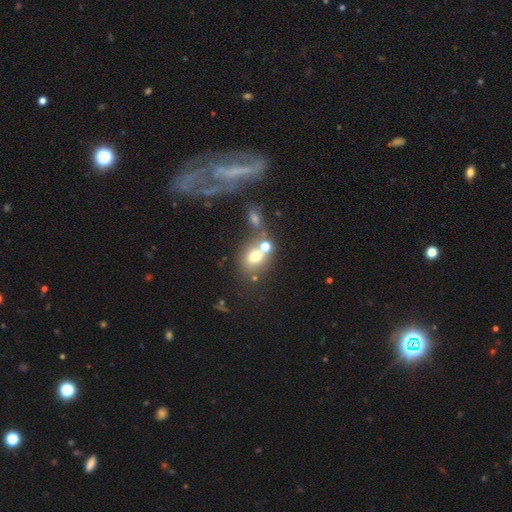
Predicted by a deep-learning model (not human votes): Q: Smooth or featured?
A: smooth (66%); runner-up: featured or disk (18%)
Q: How rounded?
A: in between (50%); runner-up: round (48%)
Q: Merging?
A: none (42%); runner-up: merger (40%)